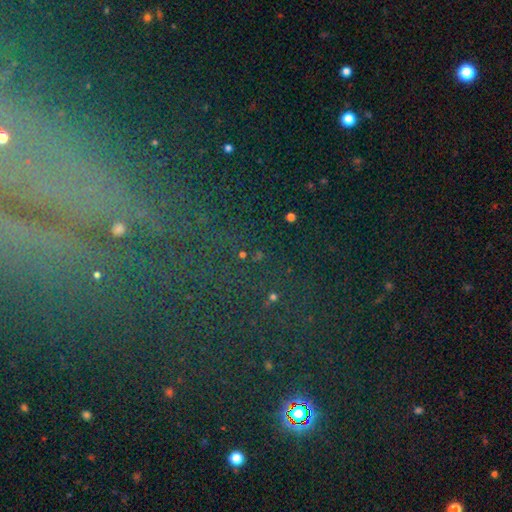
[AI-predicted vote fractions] star or artifact 63%, featured or disk 20%, smooth 17%.